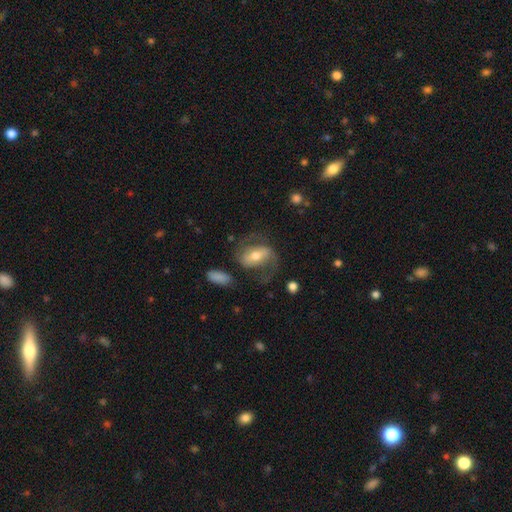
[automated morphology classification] Q: Smooth or featured?
A: featured or disk (71%); runner-up: smooth (22%)
Q: Edge-on disk?
A: no (95%); runner-up: yes (5%)
Q: Bar?
A: strong (42%); runner-up: weak (35%)
Q: Spiral arms?
A: yes (88%); runner-up: no (12%)
Q: Spiral winding?
A: medium (48%); runner-up: loose (37%)
Q: Spiral arm count?
A: 2 (88%); runner-up: can't tell (5%)
Q: Bulge size?
A: moderate (61%); runner-up: small (28%)
Q: Merging?
A: none (64%); runner-up: minor disturbance (17%)